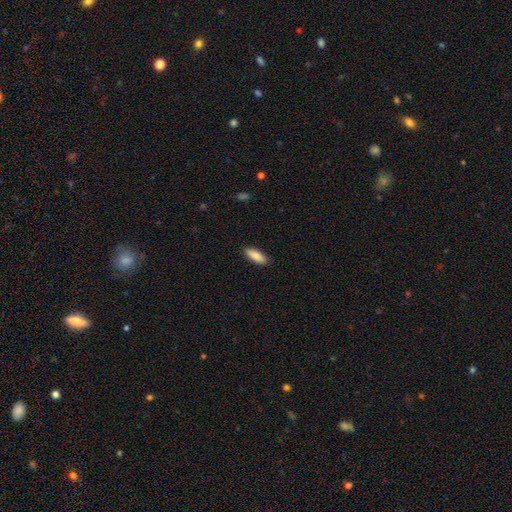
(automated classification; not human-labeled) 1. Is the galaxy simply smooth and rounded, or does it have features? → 88% smooth, 6% featured or disk, 6% star or artifact.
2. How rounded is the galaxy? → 66% in between, 33% cigar-shaped, 2% round.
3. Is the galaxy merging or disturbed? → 89% none, 8% minor disturbance, 2% major disturbance, 1% merger.